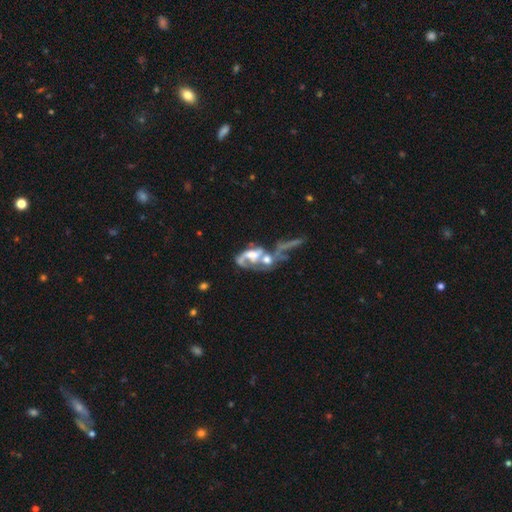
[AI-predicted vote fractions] Smooth or featured? featured or disk (65%)
Edge-on disk? no (90%)
Bar? no (67%)
Spiral arms? yes (54%)
Bulge size? moderate (41%)
Merging? merger (57%)